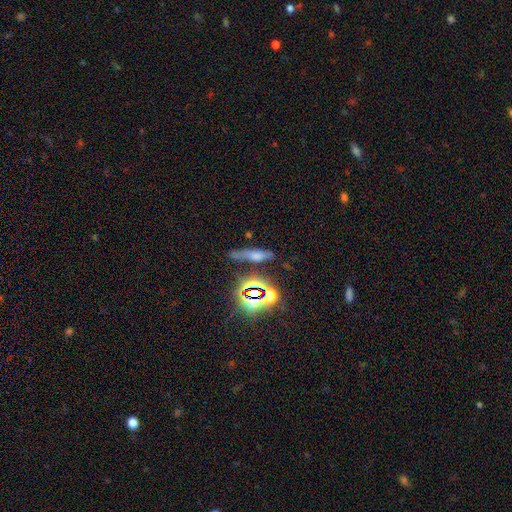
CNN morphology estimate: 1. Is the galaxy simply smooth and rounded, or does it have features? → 37% star or artifact, 35% smooth, 29% featured or disk.